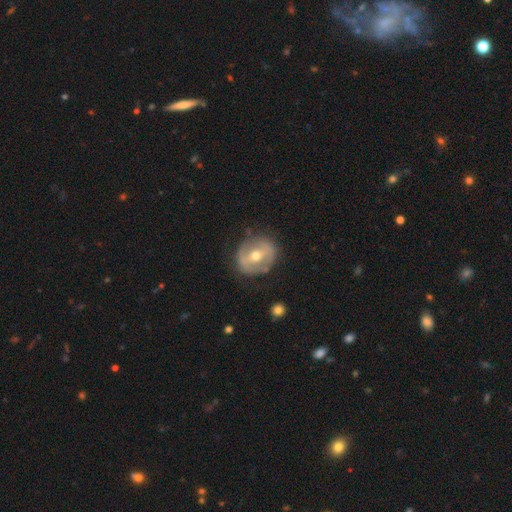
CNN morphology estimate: This appears to be a featured or disk galaxy (64%) with a strong bar (39%), no spiral arms (60%) and a moderate central bulge (70%). Merging: none (79%).